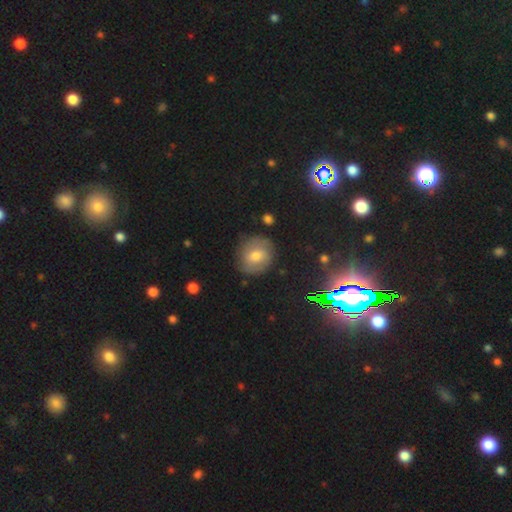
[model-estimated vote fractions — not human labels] smooth_or_featured: smooth (p=0.49) [alt: featured or disk p=0.40]
merging: none (p=0.79) [alt: minor disturbance p=0.15]